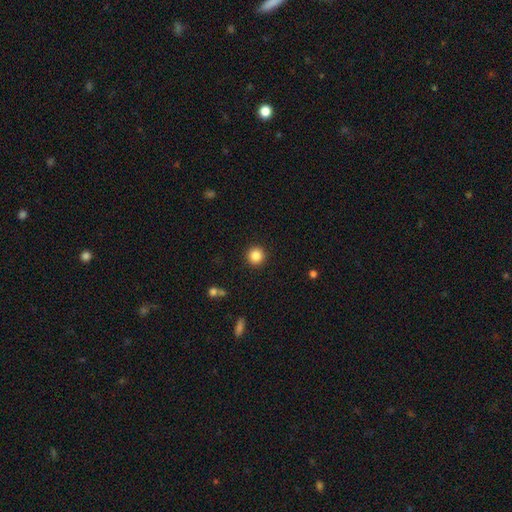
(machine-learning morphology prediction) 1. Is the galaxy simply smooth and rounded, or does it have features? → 86% smooth, 10% star or artifact, 4% featured or disk.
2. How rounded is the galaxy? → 95% round, 4% in between, 1% cigar-shaped.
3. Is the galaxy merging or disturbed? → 92% none, 5% minor disturbance, 2% major disturbance, 1% merger.